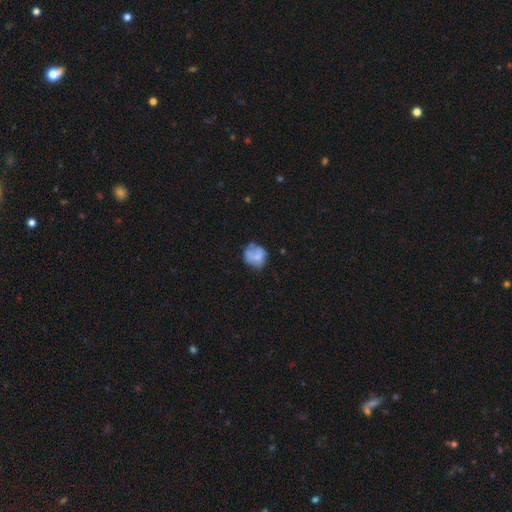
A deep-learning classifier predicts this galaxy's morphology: A smooth galaxy with no disk features (56%) that is round (69%). Merging: none (45%).